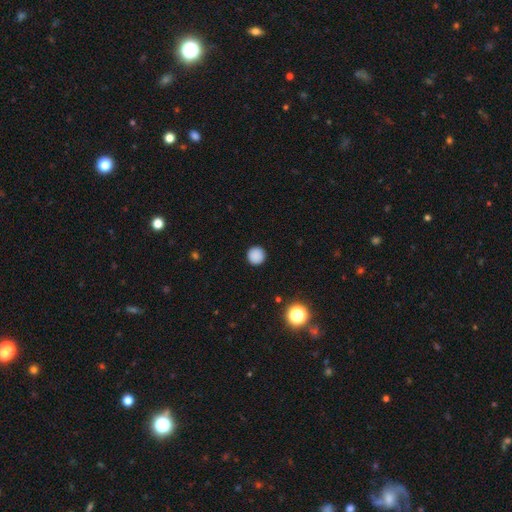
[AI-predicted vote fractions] This is clearly a smooth galaxy (86%). How rounded: clearly round (96%). Merging: clearly none (92%).